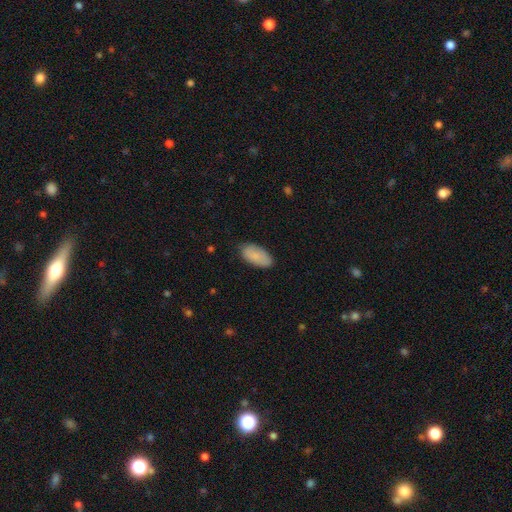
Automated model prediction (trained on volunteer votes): This is clearly a smooth galaxy (85%). How rounded: clearly in between (94%). Merging: clearly none (83%).